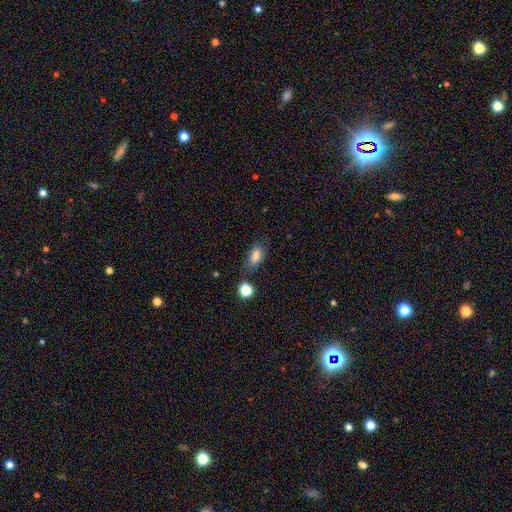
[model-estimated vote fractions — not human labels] A smooth galaxy with no disk features (84%) that is in between round and cigar-shaped (86%). Merging: none (69%).